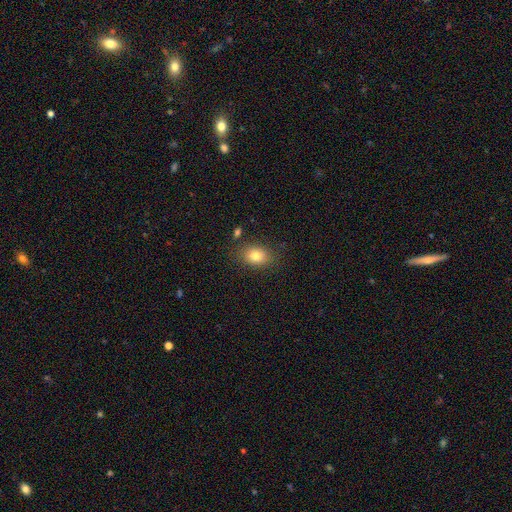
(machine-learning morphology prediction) smooth_or_featured: smooth (p=0.79) [alt: featured or disk p=0.10]
how_rounded: in between (p=0.71) [alt: round p=0.28]
merging: none (p=0.81) [alt: minor disturbance p=0.12]